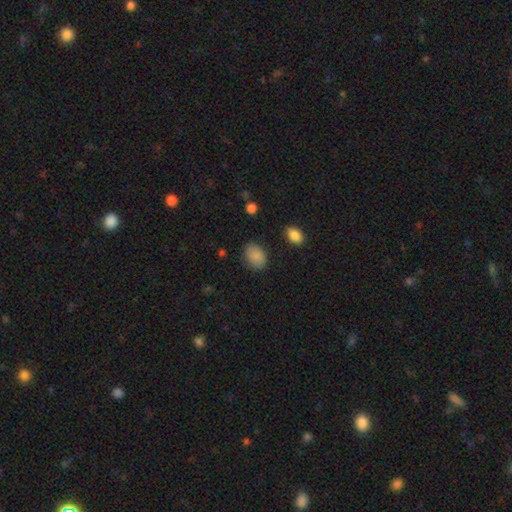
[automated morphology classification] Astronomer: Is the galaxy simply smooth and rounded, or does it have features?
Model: smooth — 87%.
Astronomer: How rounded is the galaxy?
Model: in between — 74%.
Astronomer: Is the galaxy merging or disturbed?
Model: none — 82%.